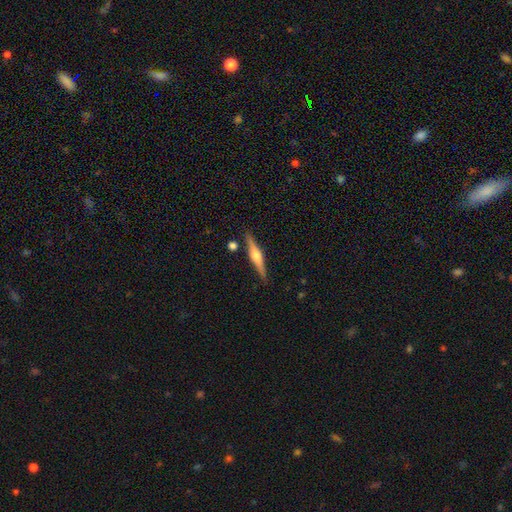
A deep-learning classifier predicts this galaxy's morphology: Smooth or featured?
  - featured or disk: 70% *
  - smooth: 24%
  - star or artifact: 6%
Edge-on disk?
  - yes: 97% *
  - no: 3%
Edge-on bulge?
  - rounded: 90% *
  - boxy: 6%
  - none: 3%
Merging?
  - none: 86% *
  - minor disturbance: 9%
  - merger: 3%
  - major disturbance: 2%